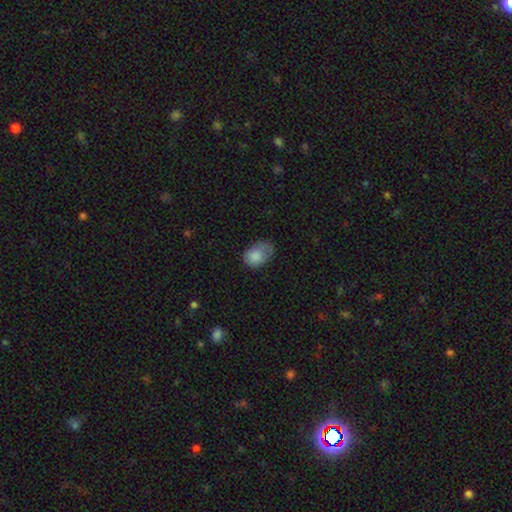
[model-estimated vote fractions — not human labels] smooth 84%, featured or disk 8%, star or artifact 8%. Down the decision tree: how rounded — in between (77%); merging — none (44%).